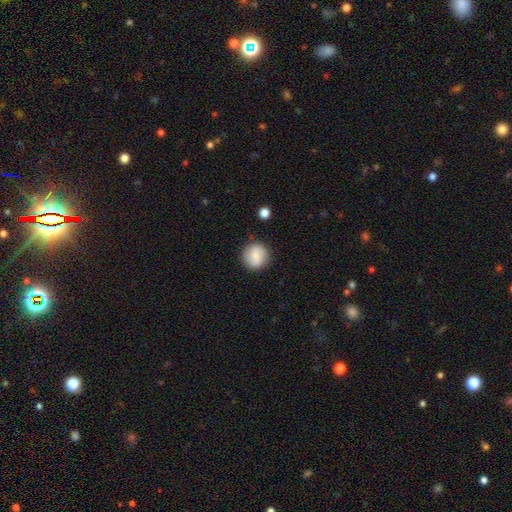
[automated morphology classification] Smooth or featured?
  - smooth: 79% *
  - featured or disk: 14%
  - star or artifact: 7%
How rounded?
  - round: 92% *
  - in between: 7%
  - cigar-shaped: 1%
Merging?
  - none: 87% *
  - minor disturbance: 9%
  - major disturbance: 3%
  - merger: 2%